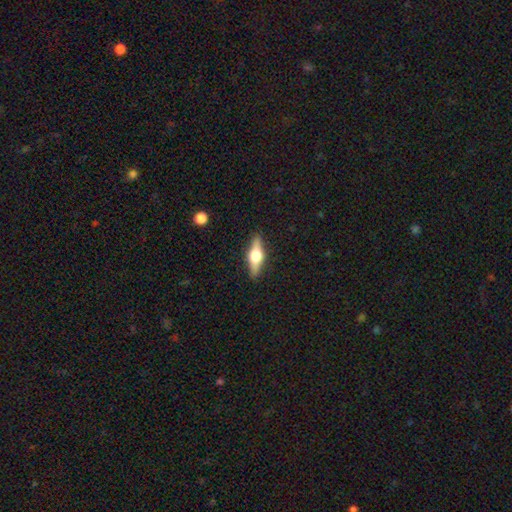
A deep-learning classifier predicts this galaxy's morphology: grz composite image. It shows a featured or disk galaxy (61%) viewed edge-on (95%) with a rounded central bulge (95%). Merging: none (90%).